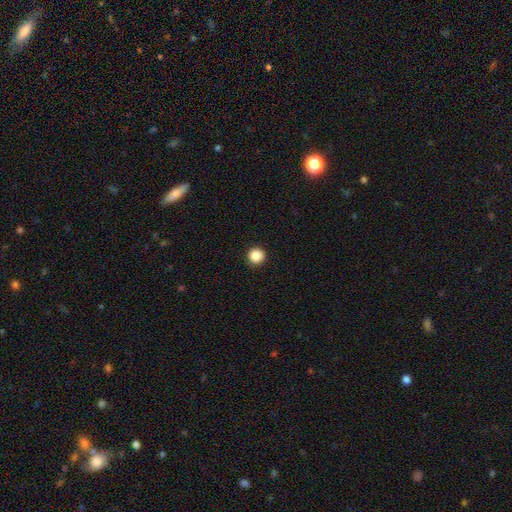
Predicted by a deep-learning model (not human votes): Smooth or featured? smooth (87%)
How rounded? round (95%)
Merging? none (92%)